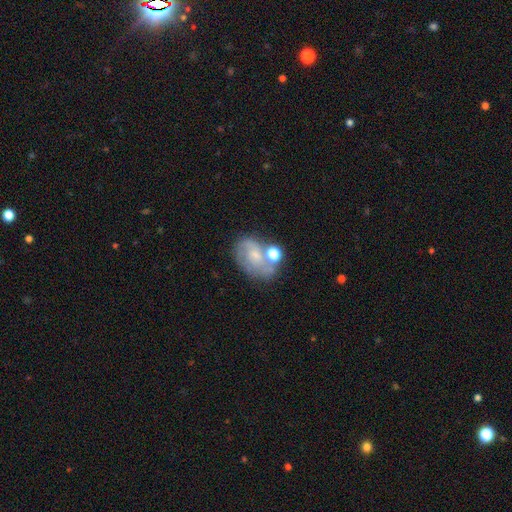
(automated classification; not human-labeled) A featured or disk galaxy (56%) with no bar (66%), spiral arms (73%) and a small central bulge (56%). Merging: none (47%).